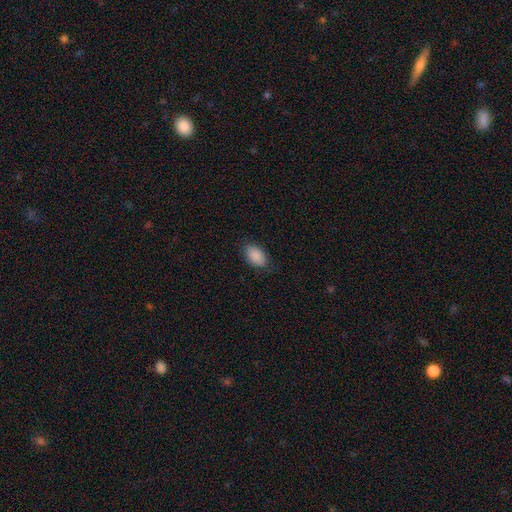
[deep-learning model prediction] A smooth galaxy with no disk features (89%) that is in between round and cigar-shaped (92%).

Vote fractions:
- Smooth or featured? smooth: 89% / star or artifact: 7% / featured or disk: 4%
- How rounded? in between: 92% / round: 7% / cigar-shaped: 2%
- Merging? none: 82% / minor disturbance: 14% / major disturbance: 3% / merger: 1%